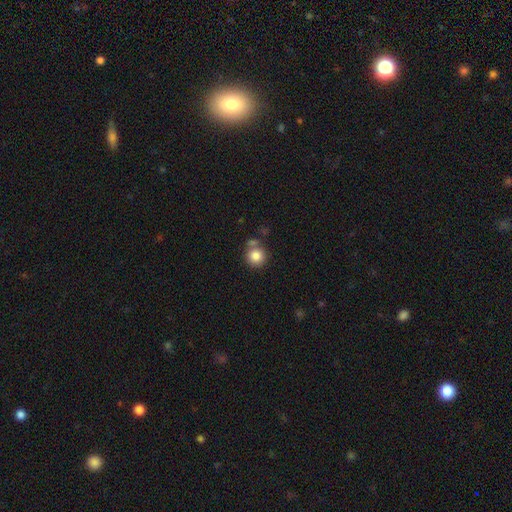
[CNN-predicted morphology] A smooth galaxy with no disk features (83%) that is round (92%). Merging: none (66%).